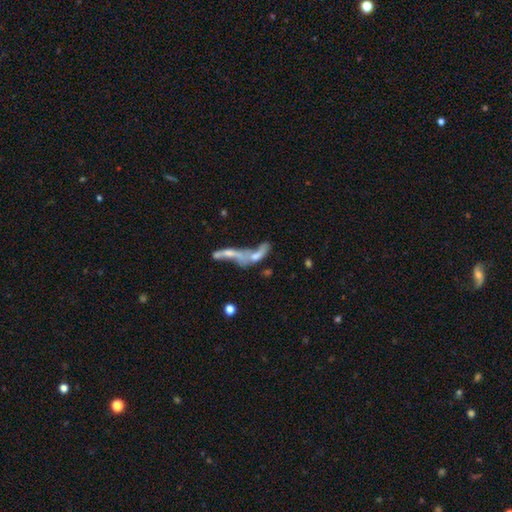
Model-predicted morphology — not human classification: Q: Smooth or featured?
A: smooth (46%); runner-up: featured or disk (41%)
Q: Merging?
A: merger (69%); runner-up: major disturbance (14%)